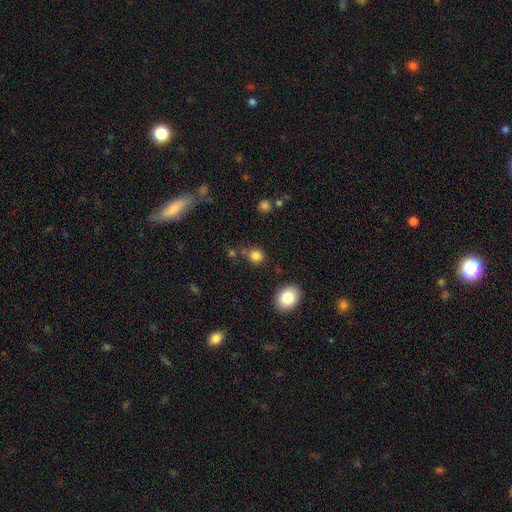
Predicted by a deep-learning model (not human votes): A smooth galaxy with no disk features (83%) that is round (78%). Merging: none (74%).